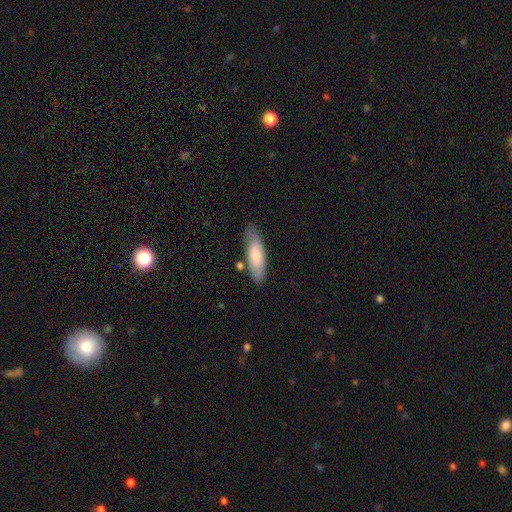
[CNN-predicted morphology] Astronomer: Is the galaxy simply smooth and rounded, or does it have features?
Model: smooth — 77%.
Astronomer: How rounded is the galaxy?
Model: in between — 51% (runner-up: cigar-shaped, 47%).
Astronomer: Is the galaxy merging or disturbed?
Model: none — 74%.